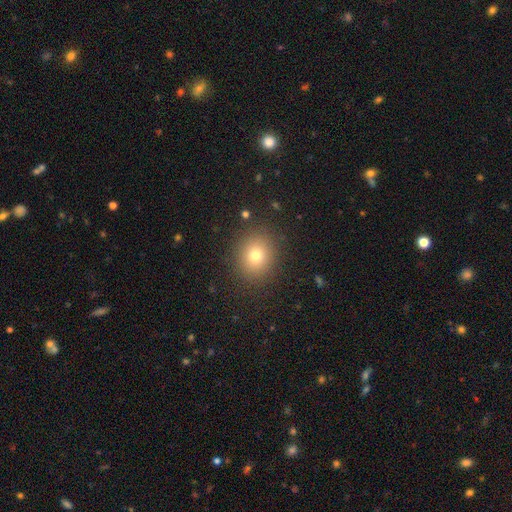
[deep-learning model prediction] smooth_or_featured: smooth (p=0.75) [alt: star or artifact p=0.15]
how_rounded: round (p=0.76) [alt: in between p=0.23]
merging: none (p=0.89) [alt: minor disturbance p=0.07]